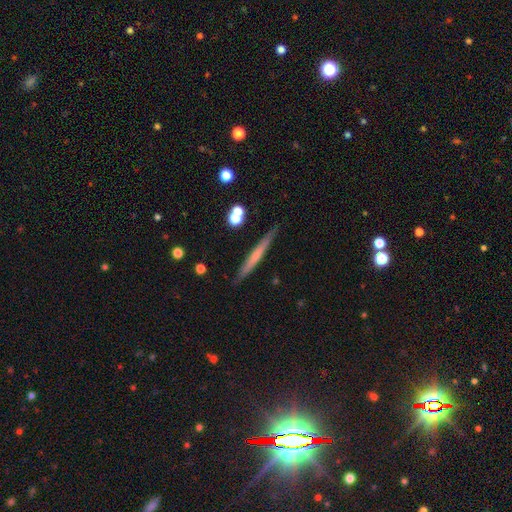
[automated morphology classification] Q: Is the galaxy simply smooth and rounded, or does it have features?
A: featured or disk — 47%.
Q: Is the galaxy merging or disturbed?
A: none — 87%.